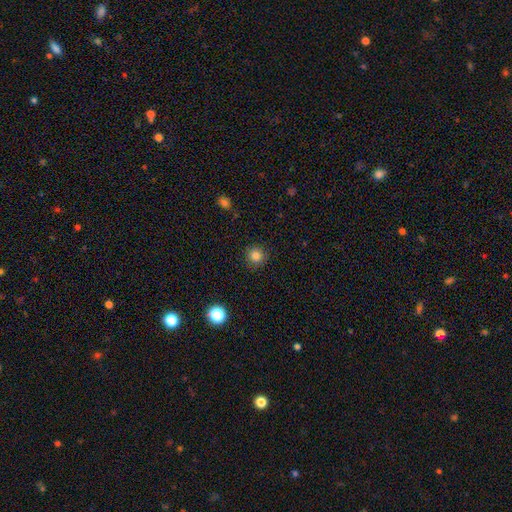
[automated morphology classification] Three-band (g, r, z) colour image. It shows a smooth galaxy with no disk features (84%) that is round (94%). Merging: none (90%).